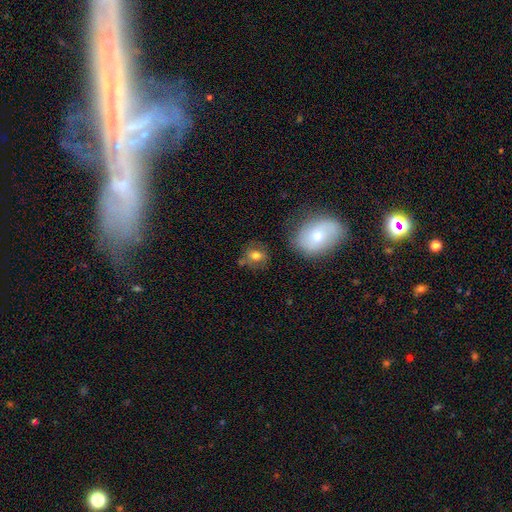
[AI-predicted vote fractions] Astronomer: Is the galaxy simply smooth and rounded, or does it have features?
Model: smooth — 71%.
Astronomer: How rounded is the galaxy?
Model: round — 62%.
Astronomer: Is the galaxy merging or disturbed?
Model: none — 68%.